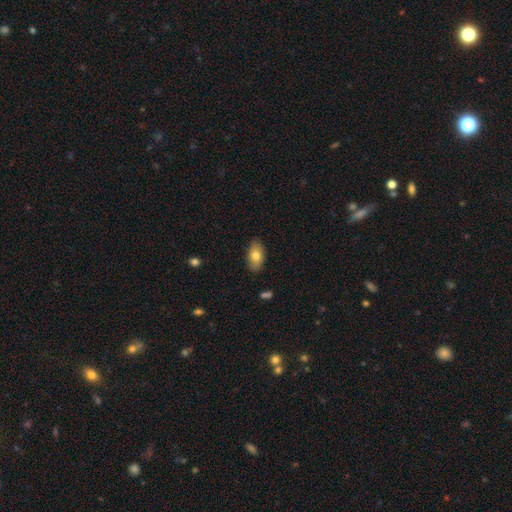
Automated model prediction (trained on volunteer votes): This appears to be a smooth galaxy with no disk features (76%) that is in between round and cigar-shaped (92%). Merging: none (86%).